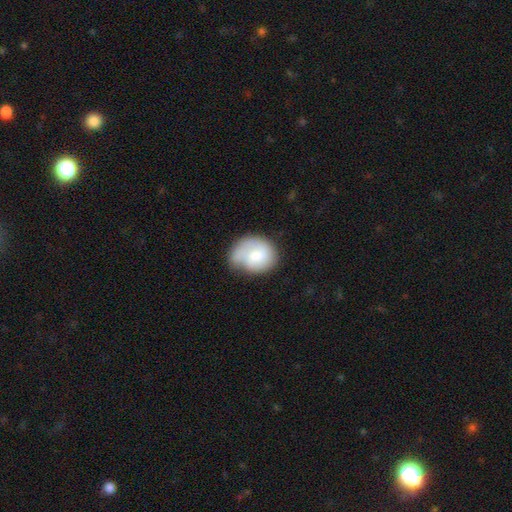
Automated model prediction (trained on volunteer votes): Smooth or featured?
  - smooth: 57% *
  - featured or disk: 37%
  - star or artifact: 6%
How rounded?
  - round: 57% *
  - in between: 42%
  - cigar-shaped: 1%
Merging?
  - none: 41% *
  - minor disturbance: 33%
  - major disturbance: 17%
  - merger: 9%